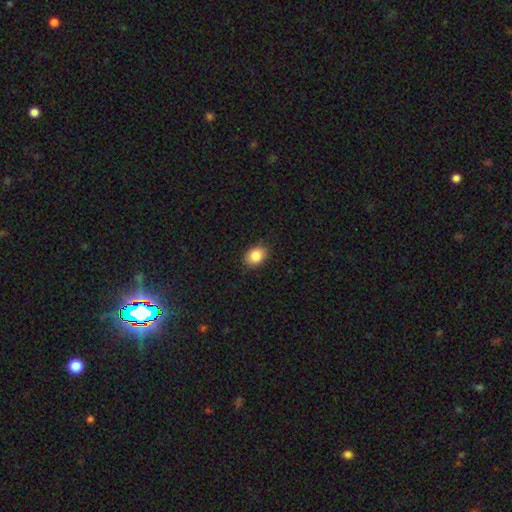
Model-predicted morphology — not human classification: This appears to be a smooth galaxy with no disk features (86%) that is in between round and cigar-shaped (68%). Merging: none (85%).